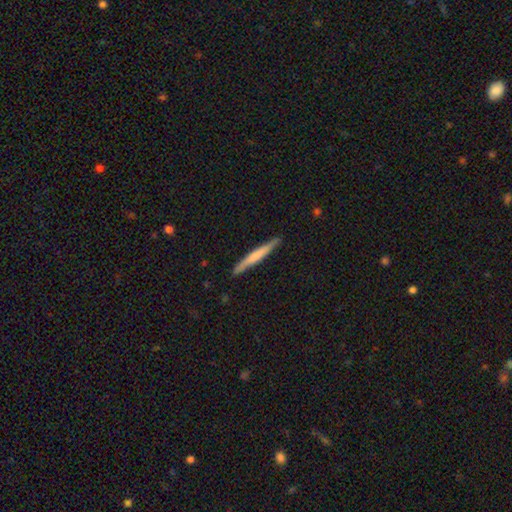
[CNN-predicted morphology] type=smooth (52%); roundness=cigar-shaped (96%); merging=none (89%).